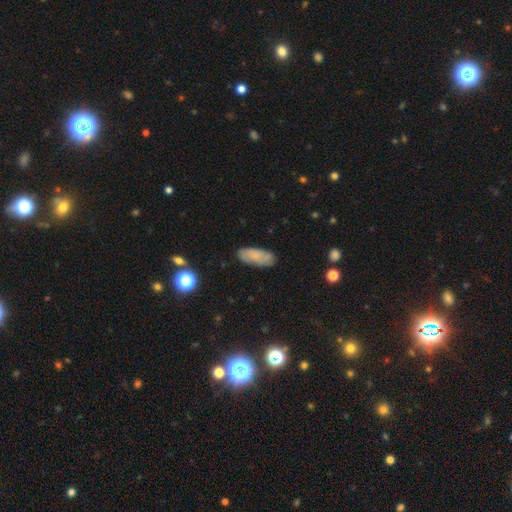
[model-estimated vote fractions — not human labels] Overall: smooth (74%). How rounded: in between (80%). Merging: none (81%).